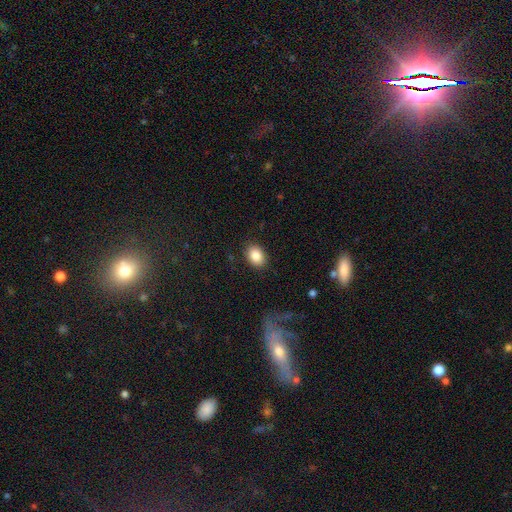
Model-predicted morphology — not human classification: Overall: smooth (86%). How rounded: in between (67%; round 32%). Merging: none (88%).